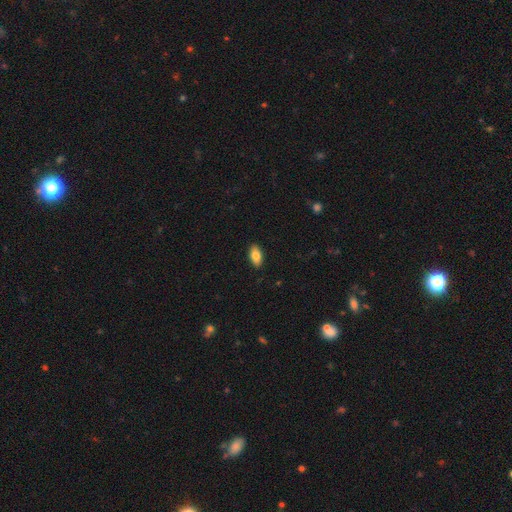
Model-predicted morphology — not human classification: smooth 81%, featured or disk 12%, star or artifact 7%. Down the decision tree: how rounded — in between (92%); merging — none (89%).